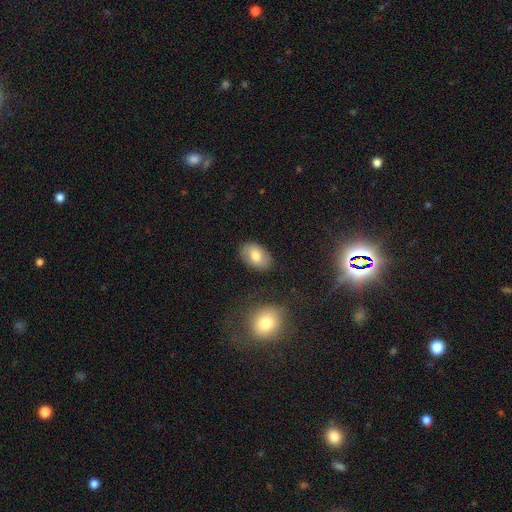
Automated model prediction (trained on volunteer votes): A smooth galaxy with no disk features (74%) that is in between round and cigar-shaped (88%).

Vote fractions:
- Smooth or featured? smooth: 74% / featured or disk: 18% / star or artifact: 8%
- How rounded? in between: 88% / round: 10% / cigar-shaped: 1%
- Merging? none: 83% / minor disturbance: 11% / major disturbance: 3% / merger: 2%